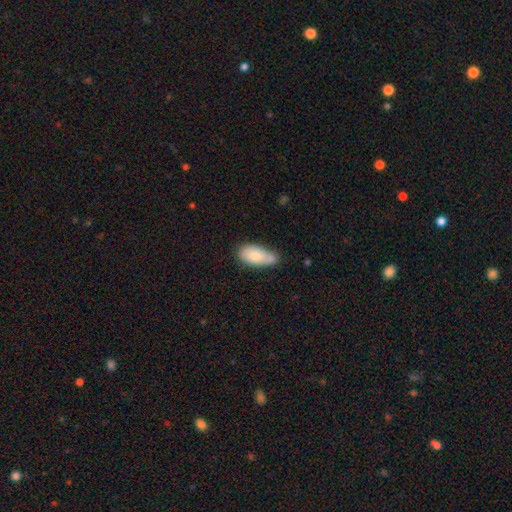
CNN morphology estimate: This appears to be a smooth galaxy with no disk features (78%) that is in between round and cigar-shaped (90%). Merging: none (50%).